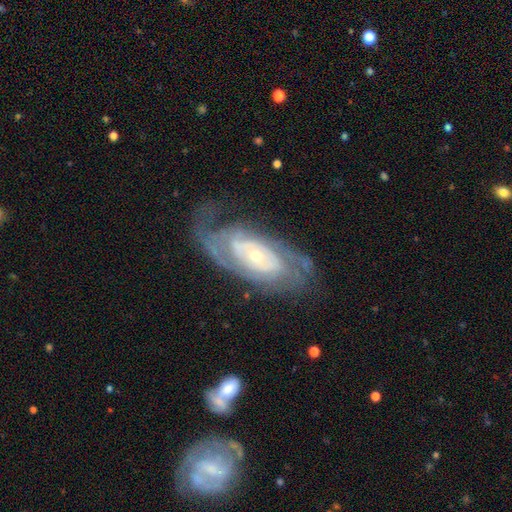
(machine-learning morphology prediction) Overall: featured or disk (83%). Edge-on disk: no (93%). Bar: no (70%). Spiral arms: yes (87%). Spiral arm count: 2 (40%; can't tell 38%). Spiral winding: tight (61%; medium 29%). Bulge size: small (69%). Merging: none (62%).